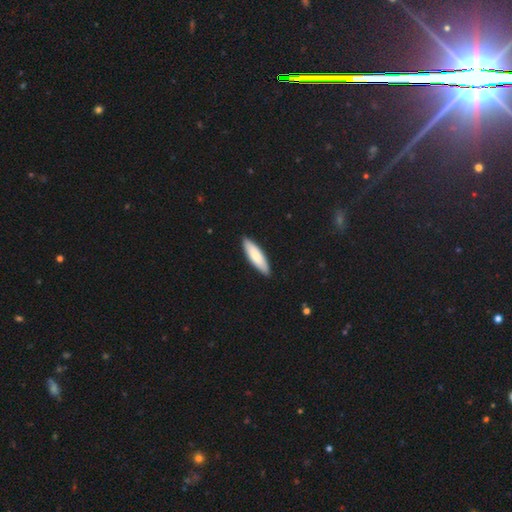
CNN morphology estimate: Smooth or featured? smooth (76%)
How rounded? cigar-shaped (58%)
Merging? none (89%)